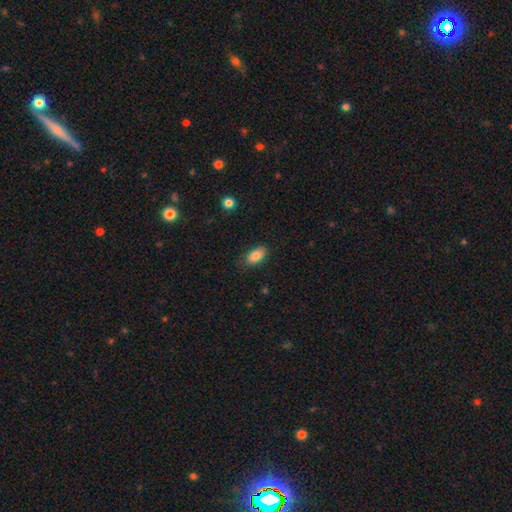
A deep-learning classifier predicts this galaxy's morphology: Smooth or featured?
  - smooth: 84% *
  - featured or disk: 8%
  - star or artifact: 7%
How rounded?
  - in between: 92% *
  - round: 5%
  - cigar-shaped: 3%
Merging?
  - none: 79% *
  - minor disturbance: 16%
  - major disturbance: 4%
  - merger: 1%